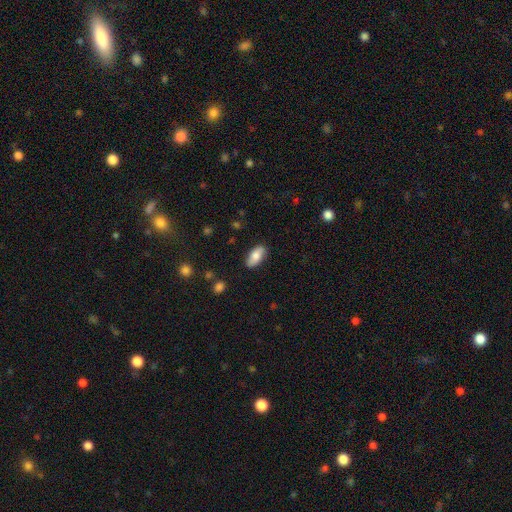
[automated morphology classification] smooth 79%, featured or disk 15%, star or artifact 6%. Down the decision tree: how rounded — in between (89%); merging — none (85%).